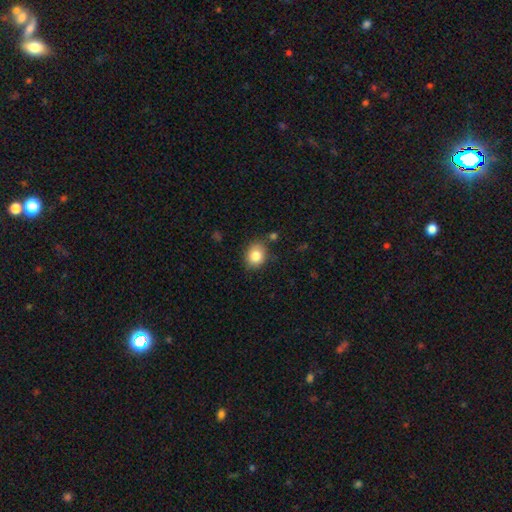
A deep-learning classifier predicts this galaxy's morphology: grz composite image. It shows a smooth galaxy with no disk features (84%) that is round (60%). Merging: none (79%).